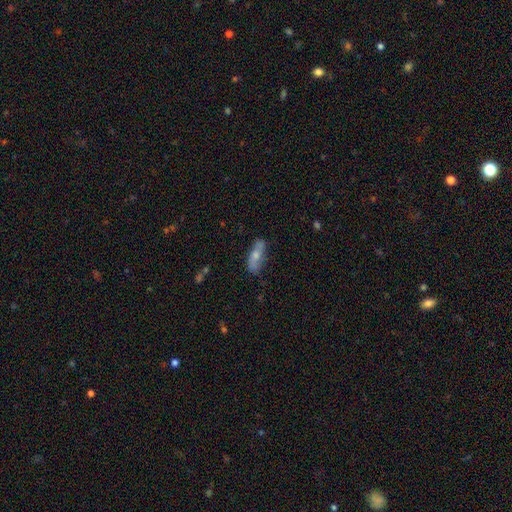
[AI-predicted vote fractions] Smooth or featured? smooth (54%)
How rounded? in between (62%)
Merging? none (68%)